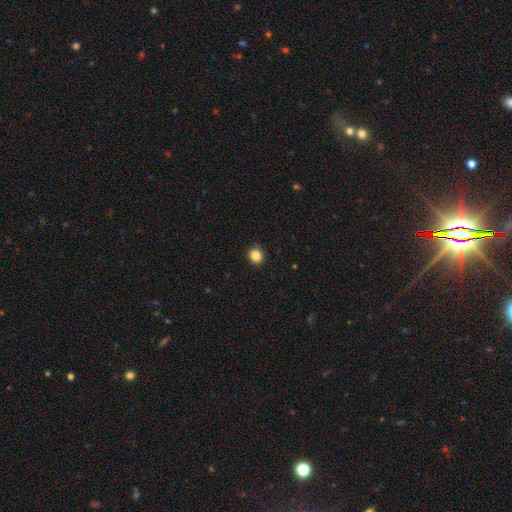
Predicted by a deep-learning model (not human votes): A smooth galaxy with no disk features (86%) that is round (83%).

Vote fractions:
- Smooth or featured? smooth: 86% / star or artifact: 11% / featured or disk: 3%
- How rounded? round: 83% / in between: 16% / cigar-shaped: 1%
- Merging? none: 91% / minor disturbance: 7% / major disturbance: 2% / merger: 1%